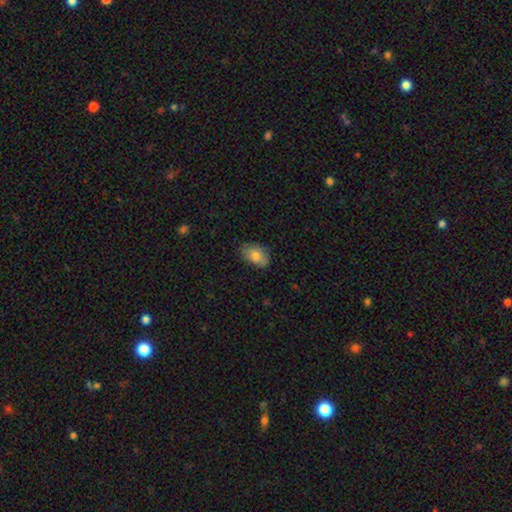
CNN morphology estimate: Overall: smooth (80%). How rounded: in between (88%). Merging: none (79%).